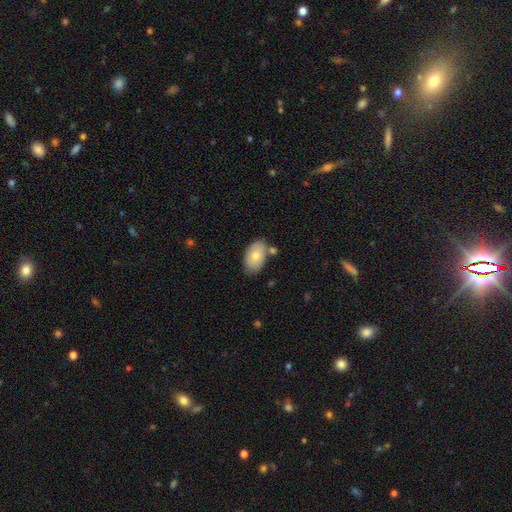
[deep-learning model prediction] Smooth or featured? Predicted: smooth (p=0.75). How rounded? Predicted: in between (p=0.92). Merging? Predicted: none (p=0.70).